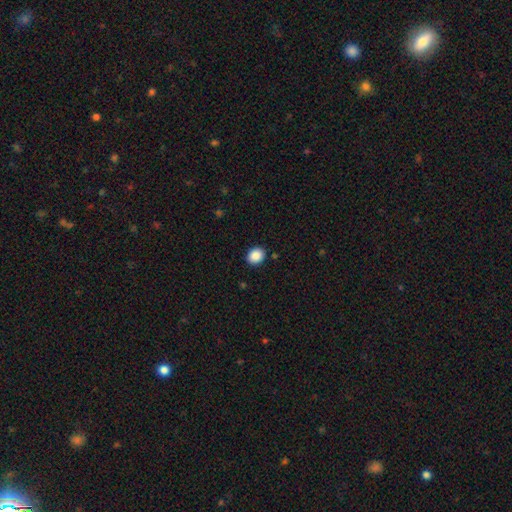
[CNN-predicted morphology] smooth-or-featured: smooth: 88% | star or artifact: 9% | featured or disk: 3%
  how-rounded: round: 63% | in between: 37% | cigar-shaped: 1%
  merging: none: 89% | minor disturbance: 7% | major disturbance: 2% | merger: 1%